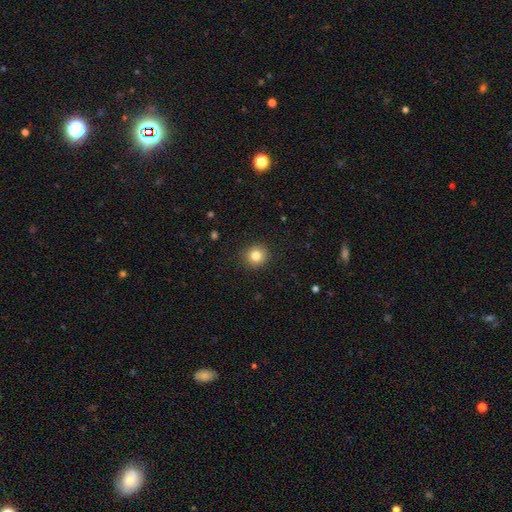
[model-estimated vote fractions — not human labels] The model was most divided on "smooth or featured": smooth: 82%, star or artifact: 11%, featured or disk: 7%. More confident: merging — none (91%); how rounded — round (91%).